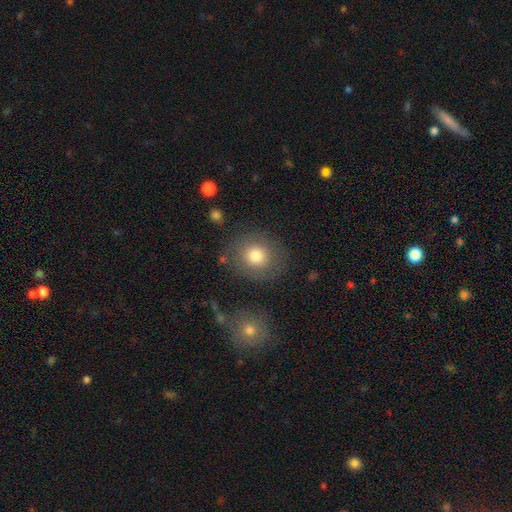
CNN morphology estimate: Smooth or featured?
  - smooth: 78% *
  - featured or disk: 13%
  - star or artifact: 10%
How rounded?
  - round: 83% *
  - in between: 16%
  - cigar-shaped: 1%
Merging?
  - none: 80% *
  - minor disturbance: 11%
  - major disturbance: 5%
  - merger: 3%